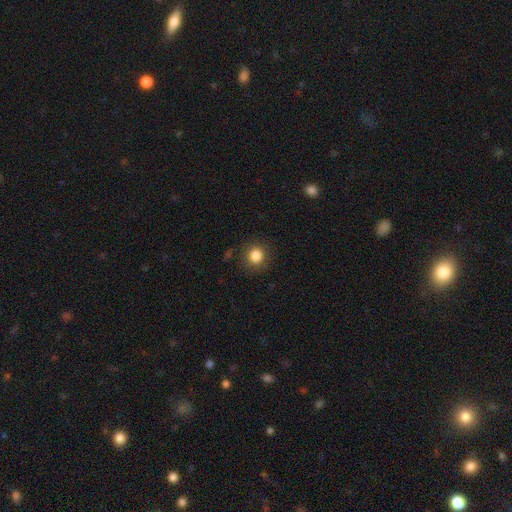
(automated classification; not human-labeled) The model was most divided on "smooth or featured": smooth: 84%, star or artifact: 11%, featured or disk: 5%. More confident: how rounded — round (90%); merging — none (86%).